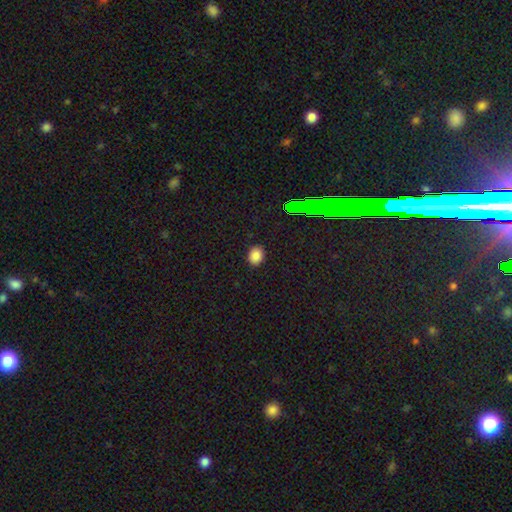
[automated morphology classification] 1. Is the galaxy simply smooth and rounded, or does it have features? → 84% smooth, 12% star or artifact, 4% featured or disk.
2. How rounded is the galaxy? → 56% in between, 43% round, 1% cigar-shaped.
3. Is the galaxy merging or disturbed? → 88% none, 9% minor disturbance, 2% major disturbance, 1% merger.